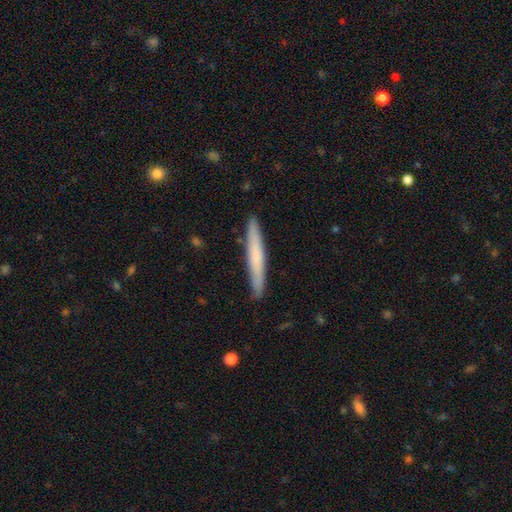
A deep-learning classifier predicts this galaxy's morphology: Smooth or featured? Predicted: smooth (p=0.62). How rounded? Predicted: cigar-shaped (p=0.96). Merging? Predicted: none (p=0.90).